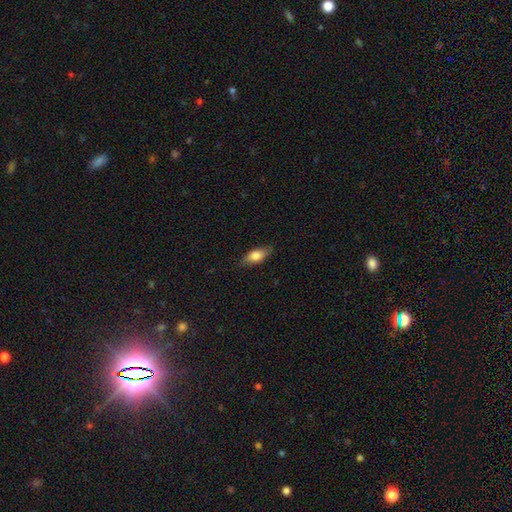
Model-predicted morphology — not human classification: Smooth or featured? Predicted: smooth (p=0.77). How rounded? Predicted: in between (p=0.80). Merging? Predicted: none (p=0.82).